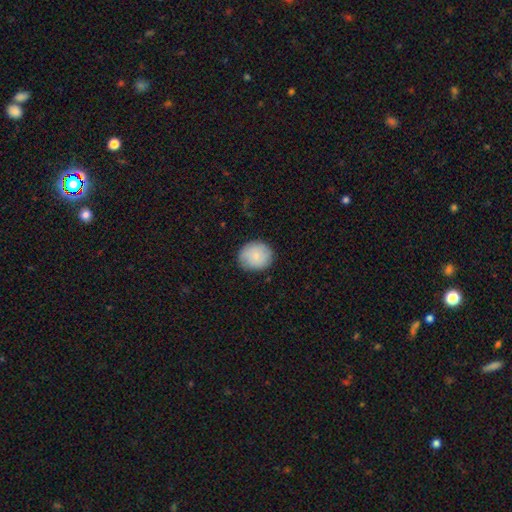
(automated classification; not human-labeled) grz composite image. It shows a smooth galaxy with no disk features (83%) that is round (78%). Merging: none (84%).